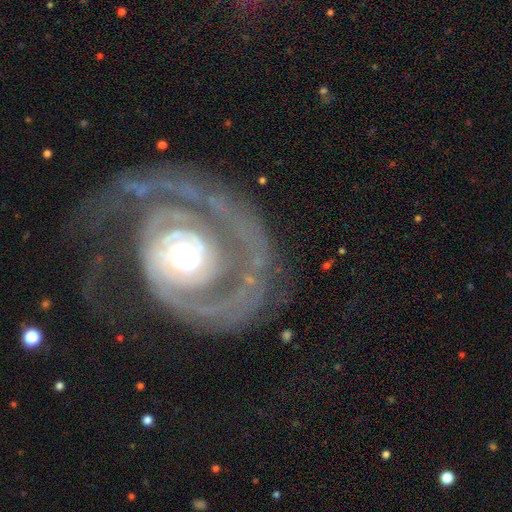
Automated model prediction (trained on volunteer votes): Smooth or featured: featured or disk — 89% (smooth — 6%)
Edge-on disk: no — 98% (yes — 2%)
Bar: no — 75% (weak — 17%)
Spiral arms: yes — 92% (no — 8%)
Spiral winding: tight — 64% (medium — 26%)
Spiral arm count: 1 — 45% (2 — 30%)
Bulge size: moderate — 61% (small — 20%)
Merging: none — 51% (major disturbance — 28%)